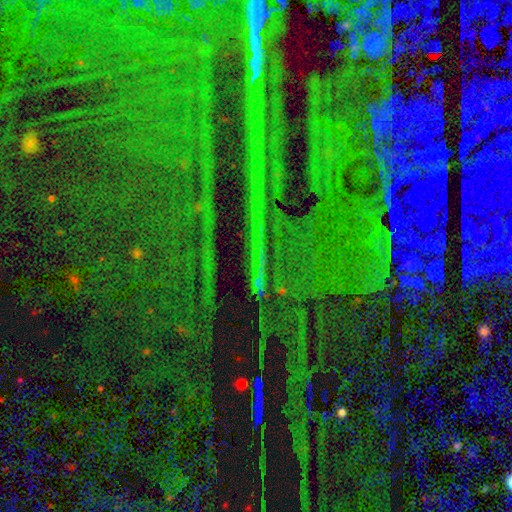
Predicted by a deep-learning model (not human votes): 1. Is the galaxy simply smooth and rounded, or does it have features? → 86% star or artifact, 7% featured or disk, 7% smooth.